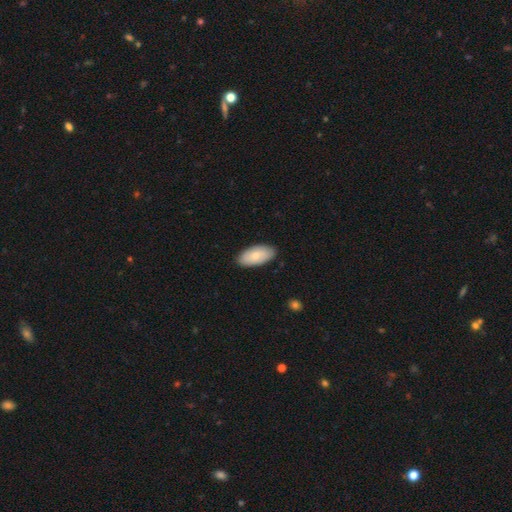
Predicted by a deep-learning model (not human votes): Smooth or featured? Predicted: smooth (p=0.81). How rounded? Predicted: in between (p=0.94). Merging? Predicted: none (p=0.86).